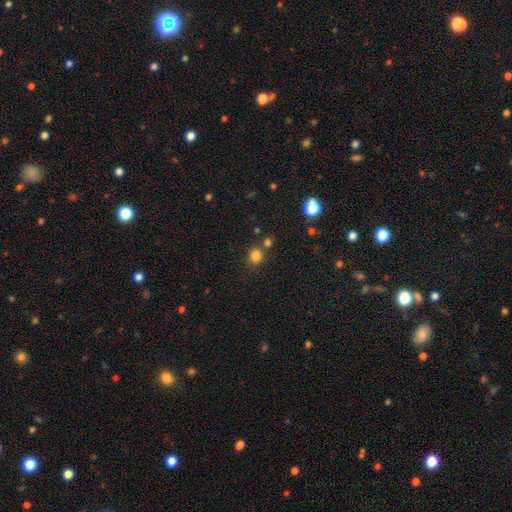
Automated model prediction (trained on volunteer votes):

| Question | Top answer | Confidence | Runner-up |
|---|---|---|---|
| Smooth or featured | smooth | 81% | star or artifact (14%) |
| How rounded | round | 84% | in between (15%) |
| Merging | none | 75% | merger (13%) |